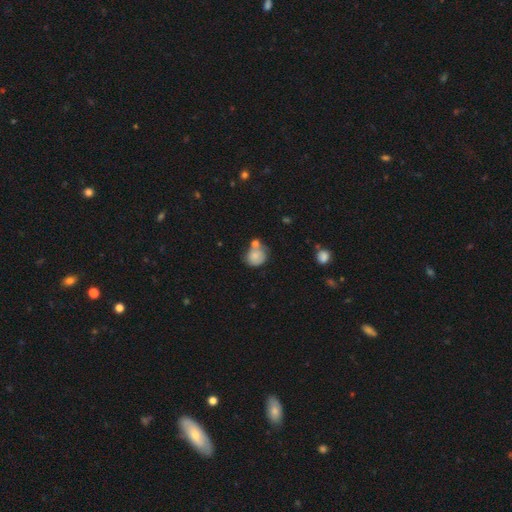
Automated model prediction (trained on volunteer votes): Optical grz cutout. It shows a smooth galaxy with no disk features (77%) that is round (74%). Merging: none (40%).